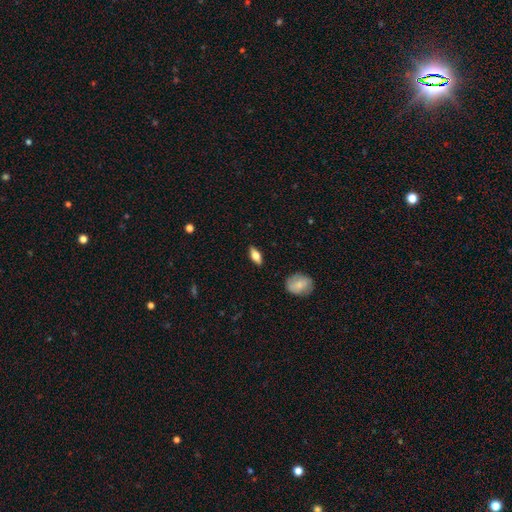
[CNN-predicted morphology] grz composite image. It shows a smooth galaxy with no disk features (66%) that is in between round and cigar-shaped (79%). Merging: none (88%).